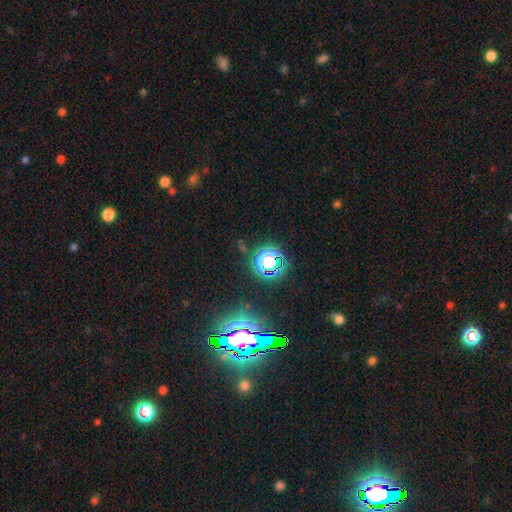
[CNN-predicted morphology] Smooth or featured: star or artifact — 81% (smooth — 11%)